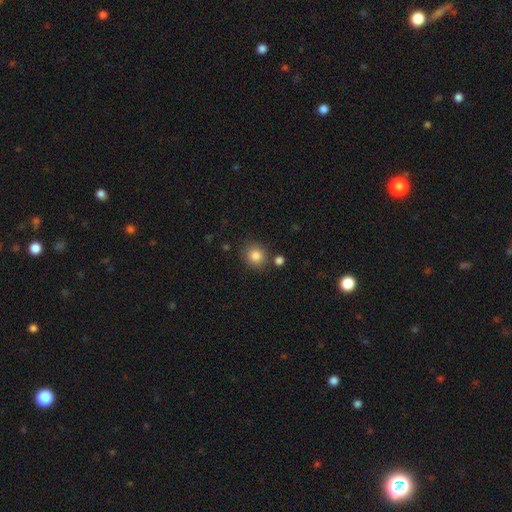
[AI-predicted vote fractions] A smooth galaxy with no disk features (85%) that is round (85%).

Vote fractions:
- Smooth or featured? smooth: 85% / star or artifact: 10% / featured or disk: 5%
- How rounded? round: 85% / in between: 14% / cigar-shaped: 1%
- Merging? none: 81% / minor disturbance: 10% / merger: 6% / major disturbance: 3%